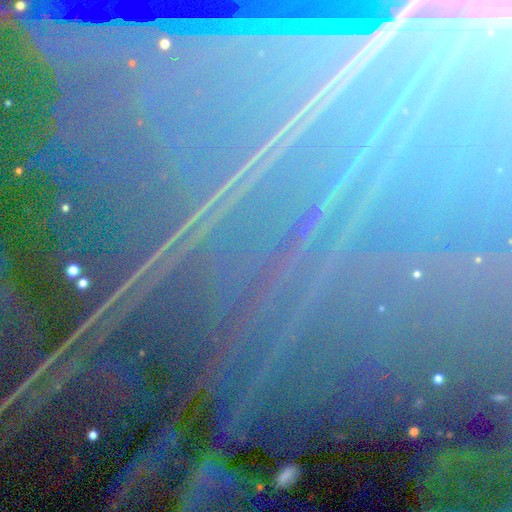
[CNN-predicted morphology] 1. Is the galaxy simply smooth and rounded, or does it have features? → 89% star or artifact, 6% featured or disk, 5% smooth.